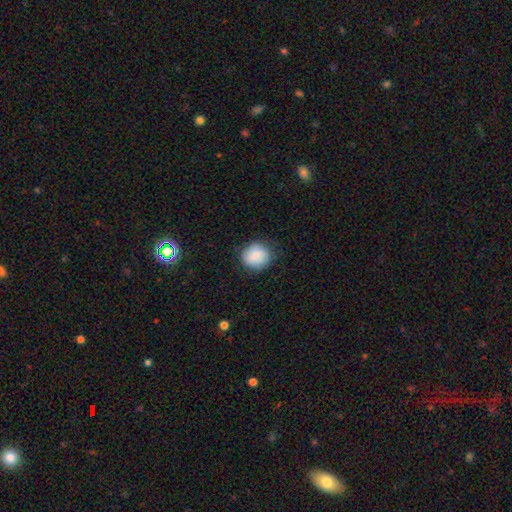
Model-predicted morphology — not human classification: Q: Smooth or featured?
A: smooth (80%); runner-up: featured or disk (12%)
Q: How rounded?
A: round (84%); runner-up: in between (15%)
Q: Merging?
A: none (81%); runner-up: minor disturbance (14%)